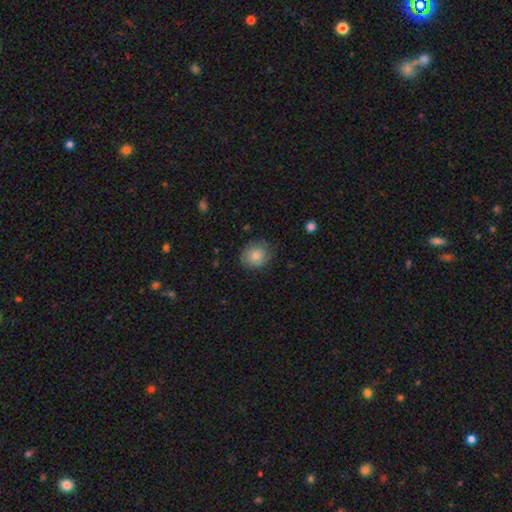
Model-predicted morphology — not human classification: Smooth or featured?
  - smooth: 80% *
  - featured or disk: 12%
  - star or artifact: 9%
How rounded?
  - round: 83% *
  - in between: 16%
  - cigar-shaped: 1%
Merging?
  - none: 81% *
  - minor disturbance: 15%
  - major disturbance: 3%
  - merger: 1%